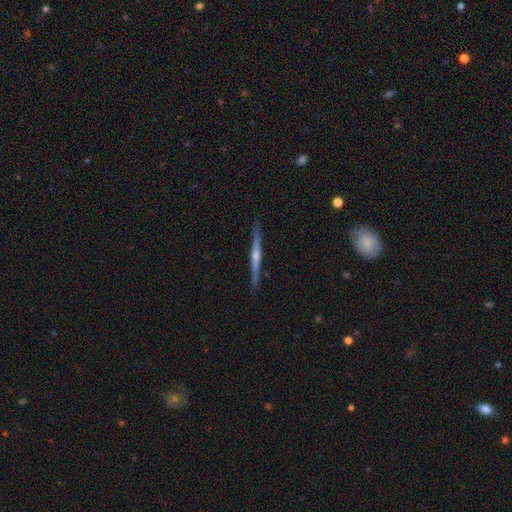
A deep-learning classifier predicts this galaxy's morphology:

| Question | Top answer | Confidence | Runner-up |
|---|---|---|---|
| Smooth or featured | featured or disk | 76% | smooth (16%) |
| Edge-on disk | yes | 98% | no (2%) |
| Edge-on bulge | rounded | 75% | none (17%) |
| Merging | none | 90% | minor disturbance (7%) |